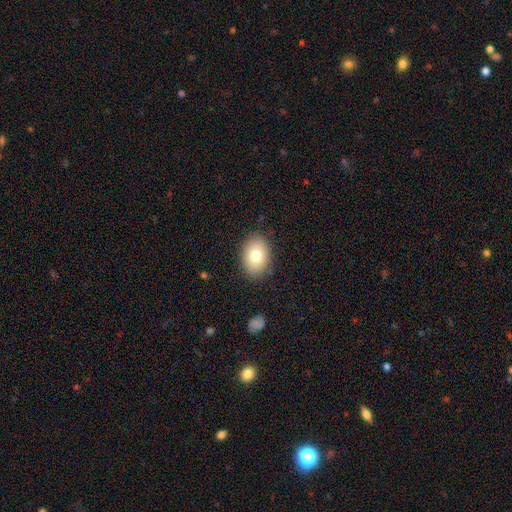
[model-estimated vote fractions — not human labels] smooth 76%, featured or disk 15%, star or artifact 9%. Down the decision tree: how rounded — in between (76%); merging — none (86%).